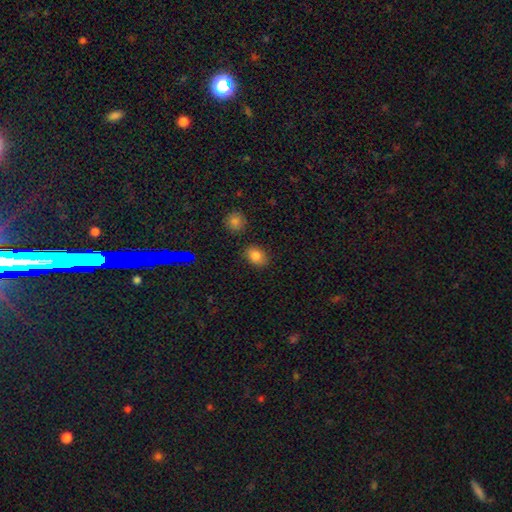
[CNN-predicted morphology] Smooth or featured?
  - smooth: 81% *
  - star or artifact: 12%
  - featured or disk: 7%
How rounded?
  - in between: 67% *
  - round: 32%
  - cigar-shaped: 1%
Merging?
  - none: 84% *
  - minor disturbance: 10%
  - merger: 3%
  - major disturbance: 3%